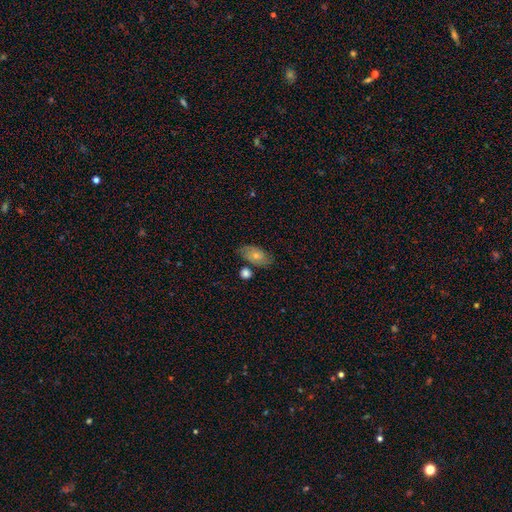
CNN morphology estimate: A smooth galaxy with no disk features (64%) that is in between round and cigar-shaped (89%).

Vote fractions:
- Smooth or featured? smooth: 64% / featured or disk: 28% / star or artifact: 8%
- How rounded? in between: 89% / round: 8% / cigar-shaped: 3%
- Merging? none: 66% / minor disturbance: 19% / merger: 10% / major disturbance: 5%